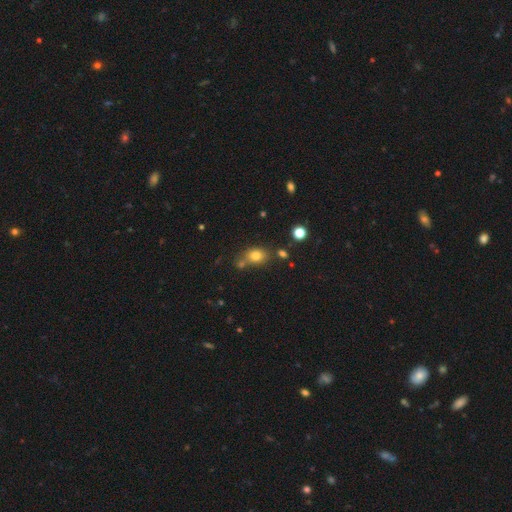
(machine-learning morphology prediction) smooth 78%, star or artifact 13%, featured or disk 9%. Down the decision tree: how rounded — in between (60%); merging — none (62%).